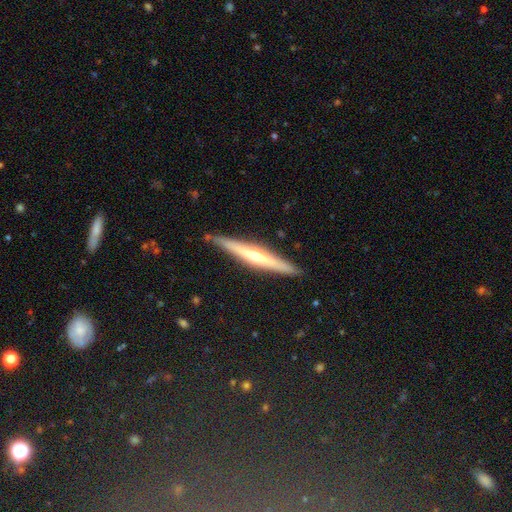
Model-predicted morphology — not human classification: featured or disk 71%, smooth 22%, star or artifact 7%. Down the decision tree: edge-on disk — yes (96%); edge-on bulge — rounded (81%); merging — none (89%).